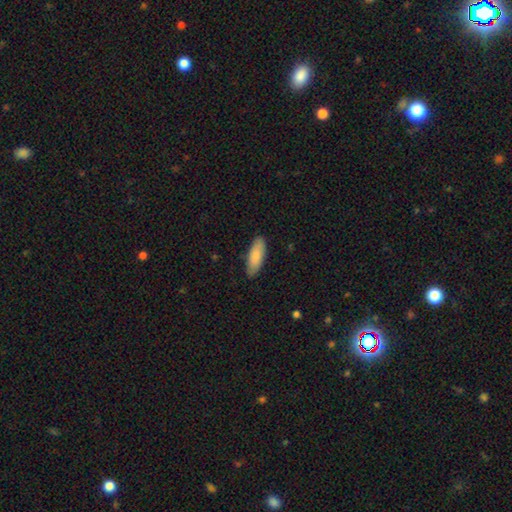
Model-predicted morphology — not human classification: smooth_or_featured: smooth (p=0.84) [alt: featured or disk p=0.11]
how_rounded: in between (p=0.65) [alt: cigar-shaped p=0.34]
merging: none (p=0.86) [alt: minor disturbance p=0.11]